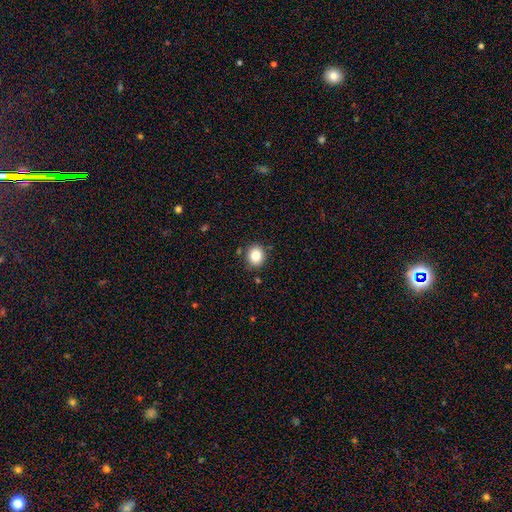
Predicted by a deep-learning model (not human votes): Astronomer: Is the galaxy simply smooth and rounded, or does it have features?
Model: smooth — 83%.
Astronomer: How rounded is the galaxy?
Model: round — 77%.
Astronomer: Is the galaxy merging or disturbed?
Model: none — 86%.